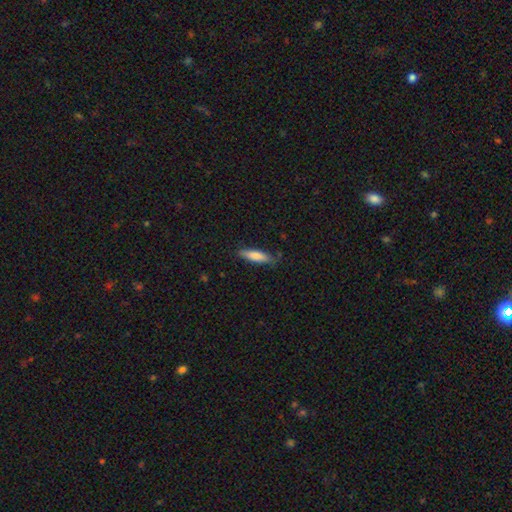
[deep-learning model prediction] Smooth or featured?
  - smooth: 78% *
  - featured or disk: 16%
  - star or artifact: 6%
How rounded?
  - cigar-shaped: 68% *
  - in between: 31%
  - round: 1%
Merging?
  - none: 79% *
  - minor disturbance: 17%
  - major disturbance: 3%
  - merger: 2%